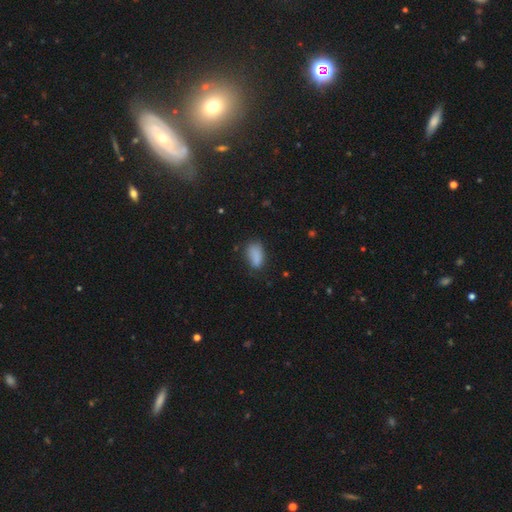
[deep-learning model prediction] smooth_or_featured: smooth (p=0.85) [alt: star or artifact p=0.09]
how_rounded: in between (p=0.90) [alt: round p=0.06]
merging: none (p=0.64) [alt: minor disturbance p=0.26]